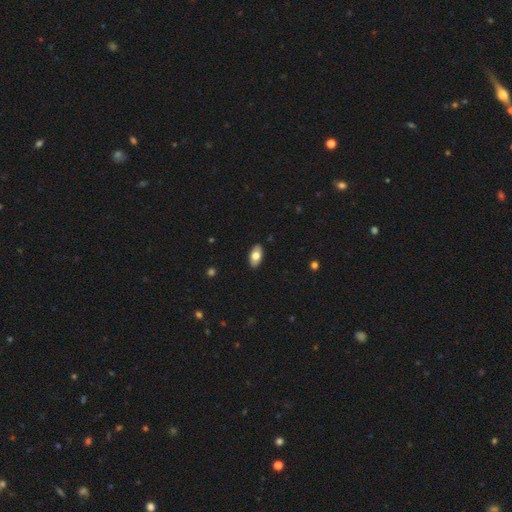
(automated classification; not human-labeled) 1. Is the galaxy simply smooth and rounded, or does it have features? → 74% smooth, 20% featured or disk, 6% star or artifact.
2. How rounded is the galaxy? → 93% in between, 4% round, 3% cigar-shaped.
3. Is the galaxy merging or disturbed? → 89% none, 8% minor disturbance, 2% major disturbance, 1% merger.